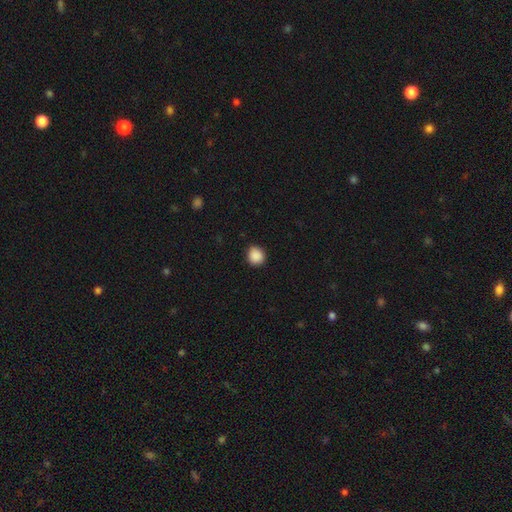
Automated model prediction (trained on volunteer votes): Smooth or featured: smooth — 89% (star or artifact — 9%)
How rounded: round — 85% (in between — 14%)
Merging: none — 89% (minor disturbance — 8%)